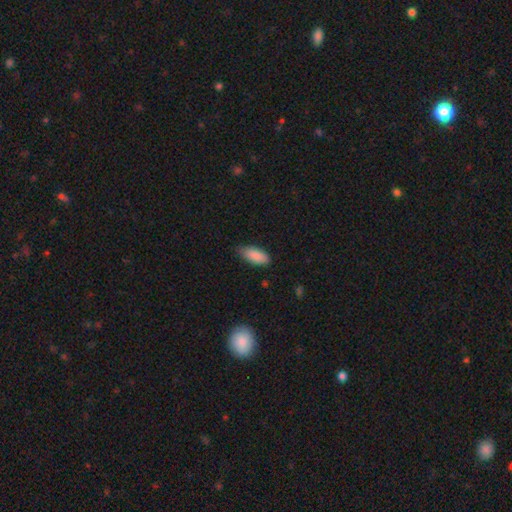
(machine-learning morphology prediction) type=smooth (88%); roundness=in between (84%); merging=none (73%).